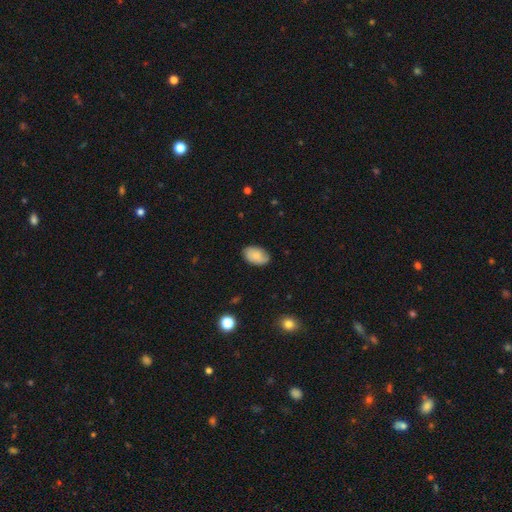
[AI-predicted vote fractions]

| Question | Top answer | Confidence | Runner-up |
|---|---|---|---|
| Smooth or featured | smooth | 77% | featured or disk (15%) |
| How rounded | in between | 91% | round (8%) |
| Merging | none | 79% | minor disturbance (17%) |